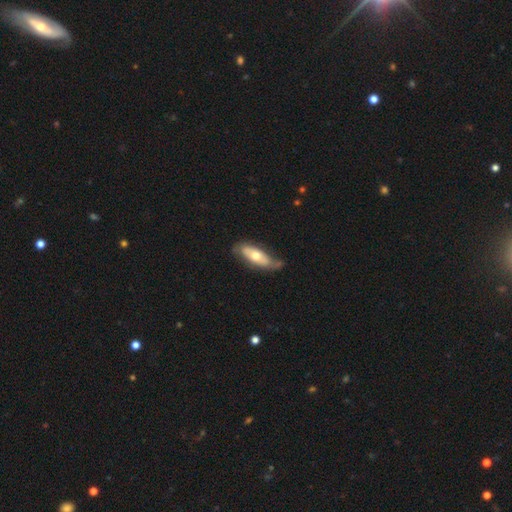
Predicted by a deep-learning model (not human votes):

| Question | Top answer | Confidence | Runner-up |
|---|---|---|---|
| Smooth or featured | smooth | 53% | featured or disk (42%) |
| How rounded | in between | 68% | cigar-shaped (30%) |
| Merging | none | 57% | minor disturbance (30%) |